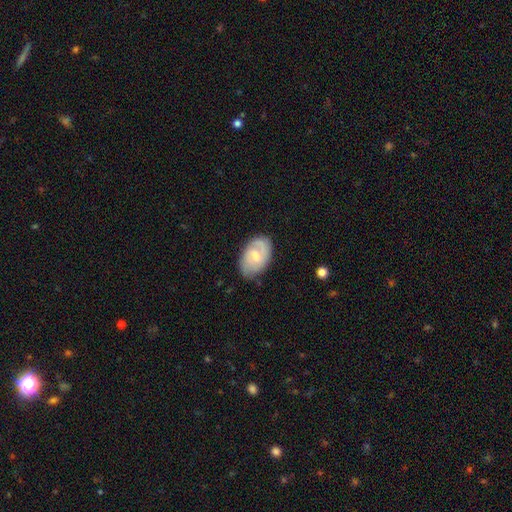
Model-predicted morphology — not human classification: Smooth or featured? featured or disk (60%)
Edge-on disk? no (96%)
Bar? weak (56%)
Spiral arms? yes (85%)
Bulge size? moderate (51%)
Merging? none (74%)